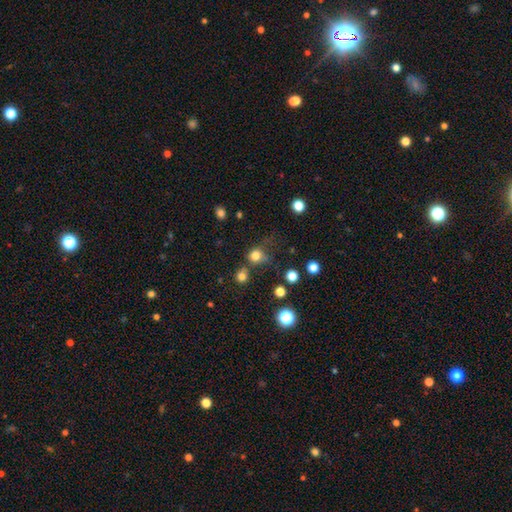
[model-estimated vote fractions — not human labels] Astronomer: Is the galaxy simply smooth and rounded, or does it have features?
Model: smooth — 77%.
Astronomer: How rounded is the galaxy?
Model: round — 81%.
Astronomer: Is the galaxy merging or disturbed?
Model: none — 52%.